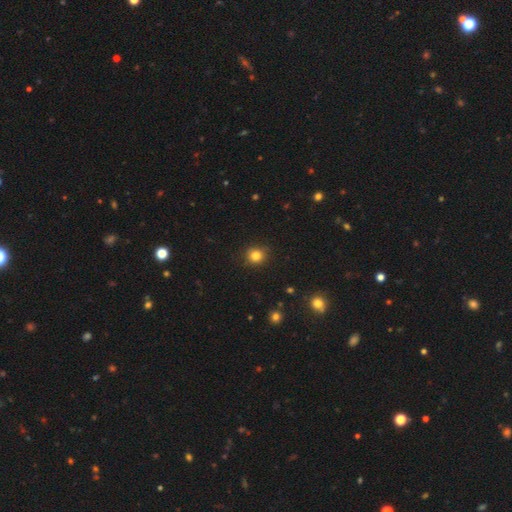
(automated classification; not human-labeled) Q: Smooth or featured?
A: smooth (83%); runner-up: star or artifact (12%)
Q: How rounded?
A: round (87%); runner-up: in between (12%)
Q: Merging?
A: none (87%); runner-up: minor disturbance (9%)